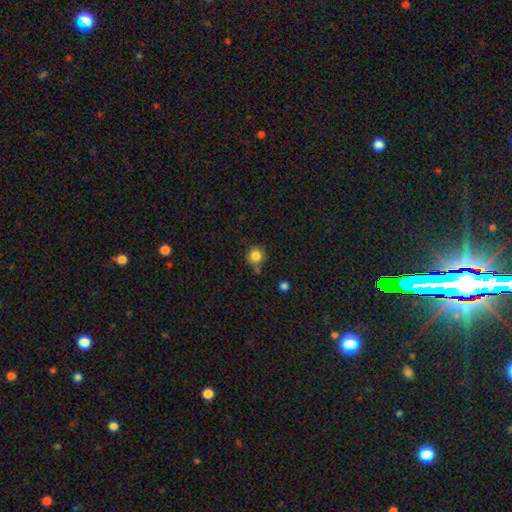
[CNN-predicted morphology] Smooth or featured? Predicted: smooth (p=0.84). How rounded? Predicted: round (p=0.88). Merging? Predicted: none (p=0.68).